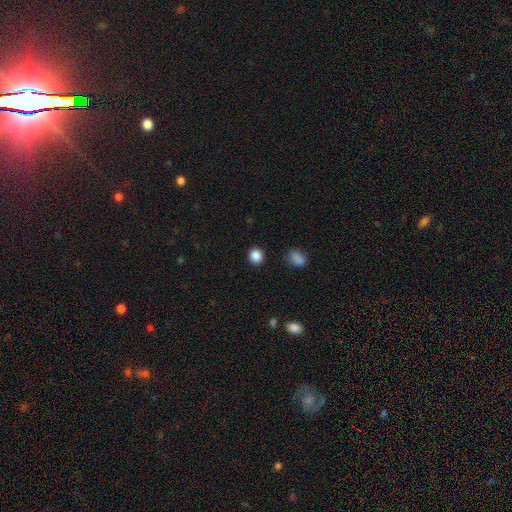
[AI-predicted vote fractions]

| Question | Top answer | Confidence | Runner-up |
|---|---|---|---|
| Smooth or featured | smooth | 87% | star or artifact (10%) |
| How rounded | round | 86% | in between (13%) |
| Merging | none | 90% | minor disturbance (6%) |